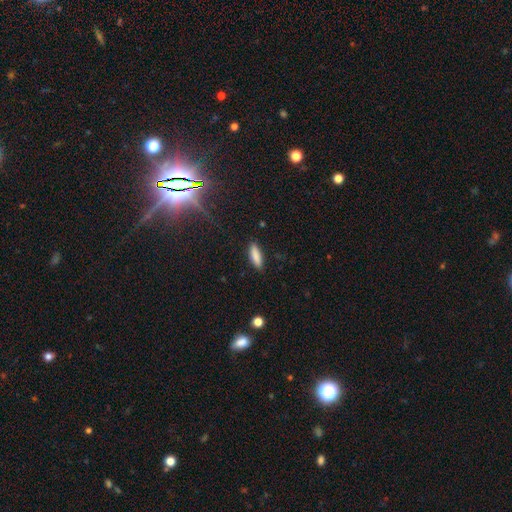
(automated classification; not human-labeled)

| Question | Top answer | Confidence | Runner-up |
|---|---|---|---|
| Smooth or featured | smooth | 85% | star or artifact (8%) |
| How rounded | cigar-shaped | 52% | in between (46%) |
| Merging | none | 87% | minor disturbance (9%) |